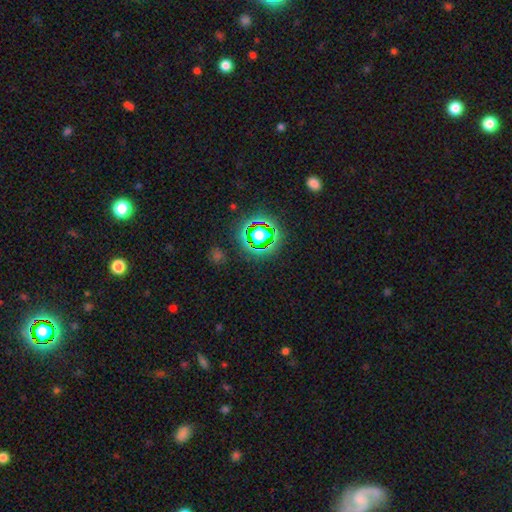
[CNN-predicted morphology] Smooth or featured? star or artifact (74%)